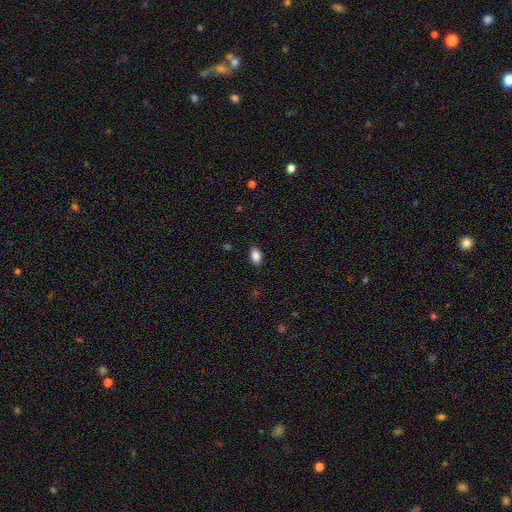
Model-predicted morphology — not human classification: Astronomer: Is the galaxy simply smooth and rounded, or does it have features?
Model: smooth — 86%.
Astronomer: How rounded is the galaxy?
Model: in between — 89%.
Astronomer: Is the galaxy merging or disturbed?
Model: none — 87%.